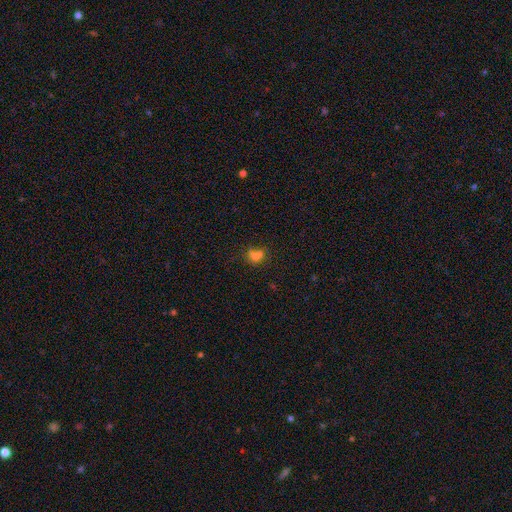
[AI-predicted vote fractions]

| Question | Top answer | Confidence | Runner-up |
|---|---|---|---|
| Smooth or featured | smooth | 64% | star or artifact (23%) |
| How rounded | round | 56% | in between (42%) |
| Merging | none | 42% | merger (29%) |